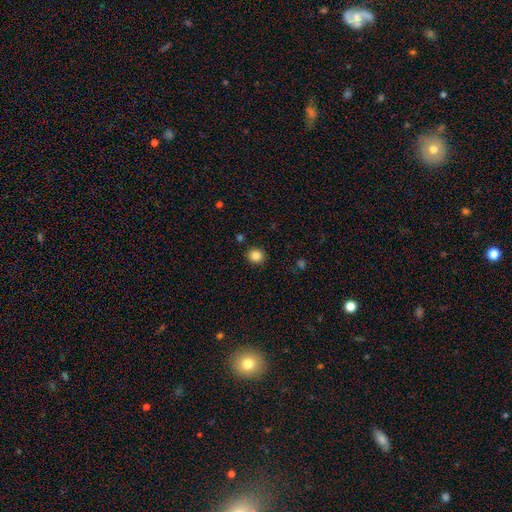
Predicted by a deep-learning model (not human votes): Smooth or featured?
  - smooth: 85% *
  - star or artifact: 11%
  - featured or disk: 4%
How rounded?
  - round: 85% *
  - in between: 14%
  - cigar-shaped: 1%
Merging?
  - none: 89% *
  - minor disturbance: 7%
  - major disturbance: 2%
  - merger: 2%